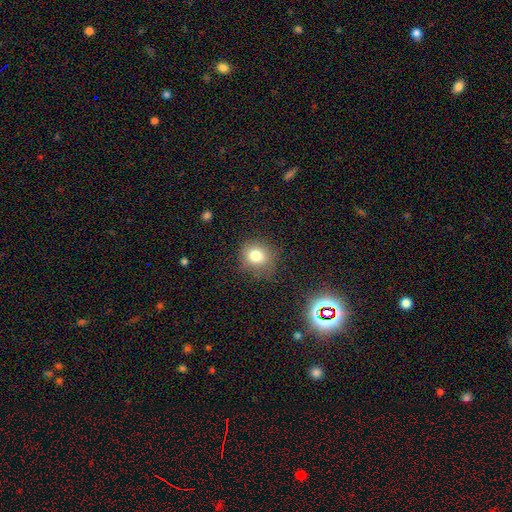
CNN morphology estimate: A smooth galaxy with no disk features (78%) that is round (76%). Merging: none (76%).